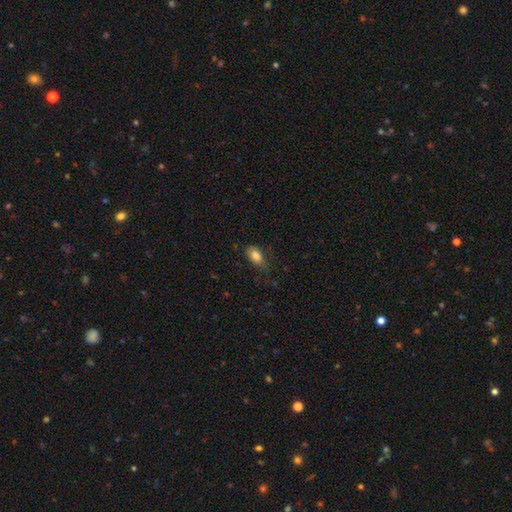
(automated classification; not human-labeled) A smooth galaxy with no disk features (82%) that is in between round and cigar-shaped (90%). Merging: none (70%).